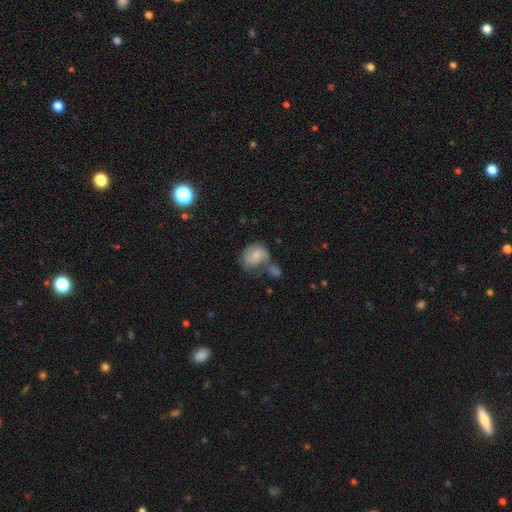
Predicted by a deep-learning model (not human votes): This appears to be a smooth galaxy with no disk features (66%) that is in between round and cigar-shaped (56%). Merging: merger (34%).